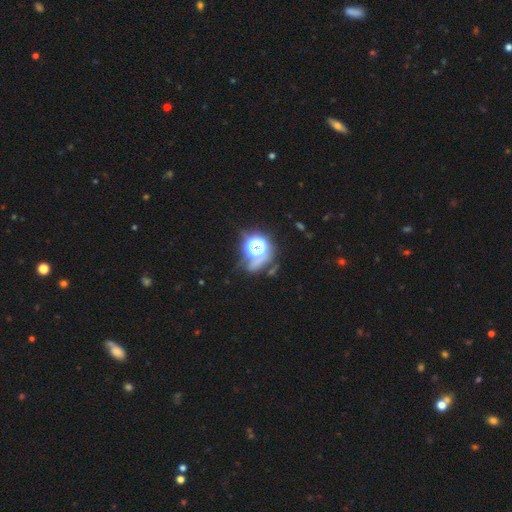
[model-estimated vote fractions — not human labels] Overall: star or artifact (52%; smooth 33%).